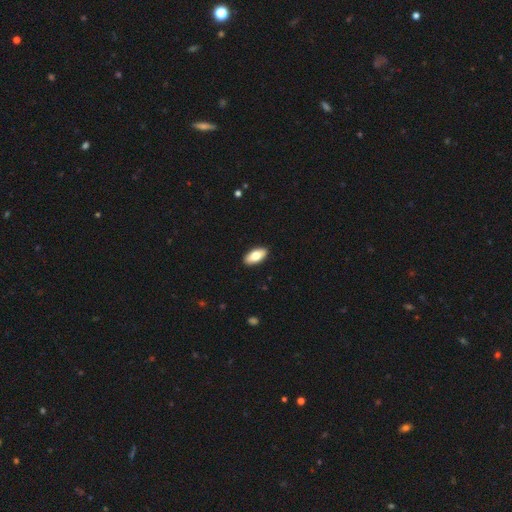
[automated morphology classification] This is likely a smooth galaxy (76%). How rounded: clearly in between (88%). Merging: clearly none (90%).